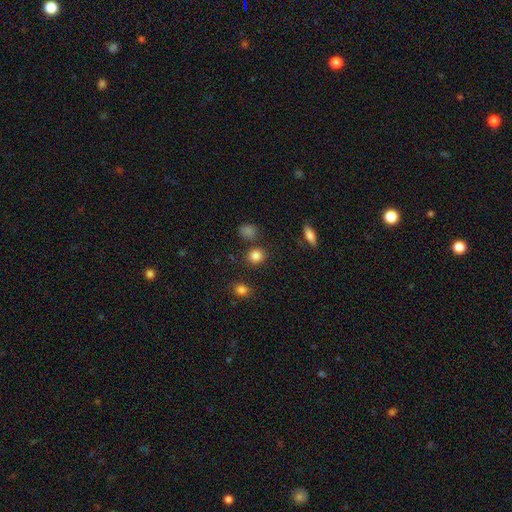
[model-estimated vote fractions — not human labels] Smooth or featured? smooth (84%)
How rounded? round (81%)
Merging? none (82%)